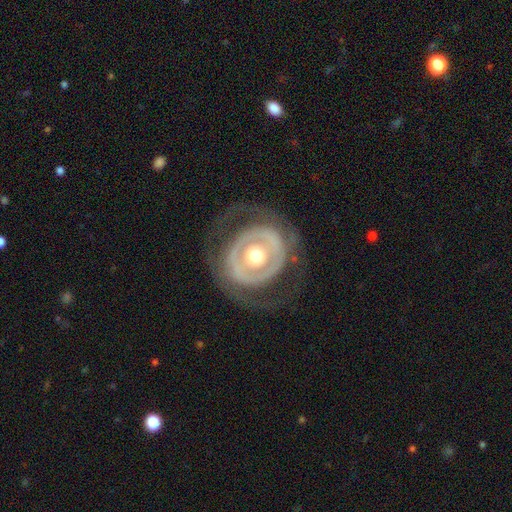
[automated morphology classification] smooth_or_featured: featured or disk (p=0.73) [alt: smooth p=0.22]
disk_edge_on: no (p=0.96) [alt: yes p=0.04]
bar: no (p=0.78) [alt: weak p=0.14]
has_spiral_arms: no (p=0.70) [alt: yes p=0.30]
bulge_size: moderate (p=0.75) [alt: large p=0.12]
merging: none (p=0.73) [alt: minor disturbance p=0.13]